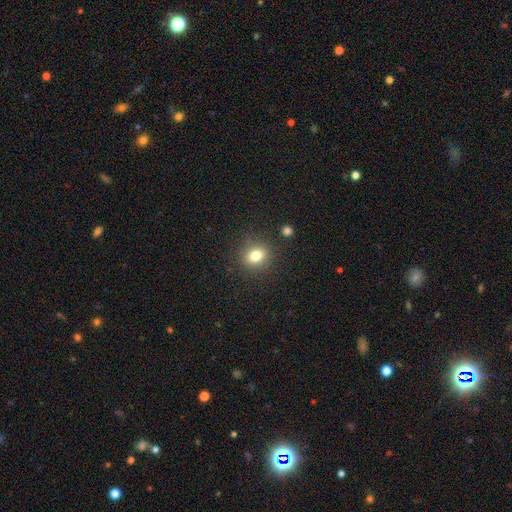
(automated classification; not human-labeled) Morphology: type=smooth (79%); roundness=round (66%); merging=none (84%).